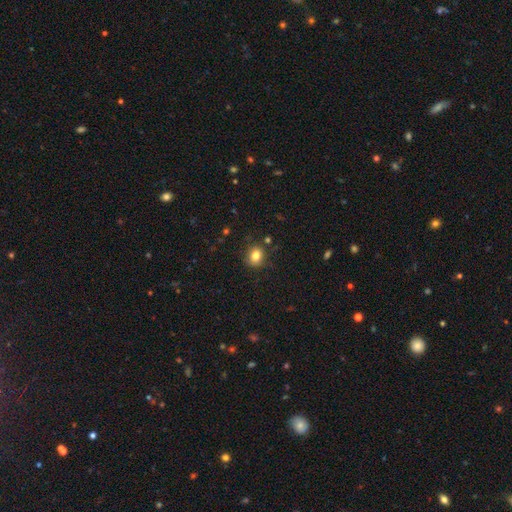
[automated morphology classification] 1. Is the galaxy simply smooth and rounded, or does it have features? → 80% smooth, 12% star or artifact, 8% featured or disk.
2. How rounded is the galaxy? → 69% round, 30% in between, 1% cigar-shaped.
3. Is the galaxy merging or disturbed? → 84% none, 11% minor disturbance, 3% major disturbance, 2% merger.